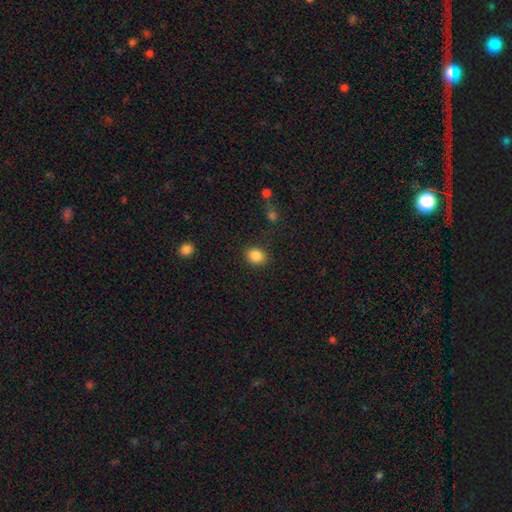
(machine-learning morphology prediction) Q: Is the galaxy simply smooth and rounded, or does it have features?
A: smooth — 87%.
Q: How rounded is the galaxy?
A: round — 68%.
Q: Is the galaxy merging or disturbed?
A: none — 85%.